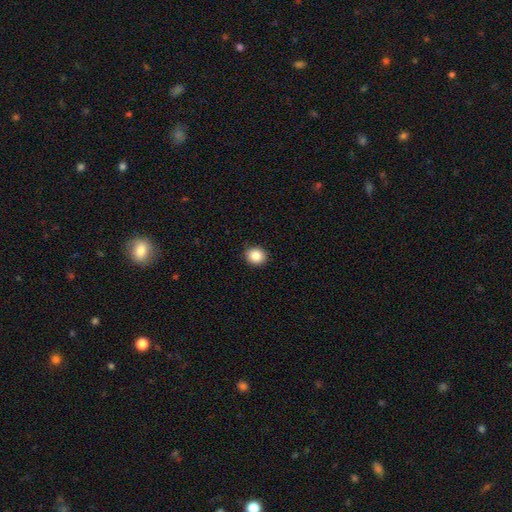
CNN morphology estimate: Smooth or featured? Predicted: smooth (p=0.86). How rounded? Predicted: round (p=0.75). Merging? Predicted: none (p=0.91).